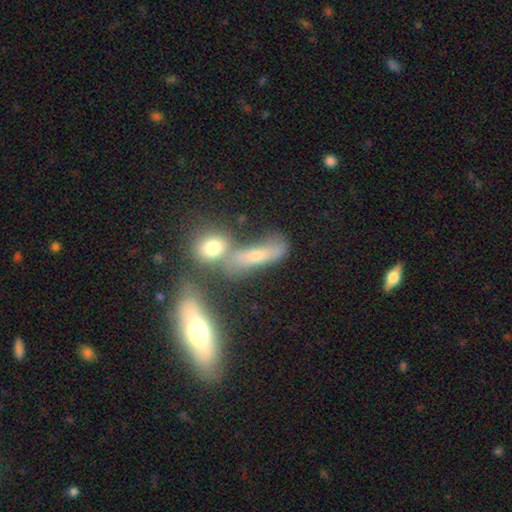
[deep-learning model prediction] smooth-or-featured: smooth: 54% | featured or disk: 32% | star or artifact: 14%
  how-rounded: cigar-shaped: 44% | in between: 41% | round: 14%
  merging: none: 43% | merger: 36% | minor disturbance: 14% | major disturbance: 8%